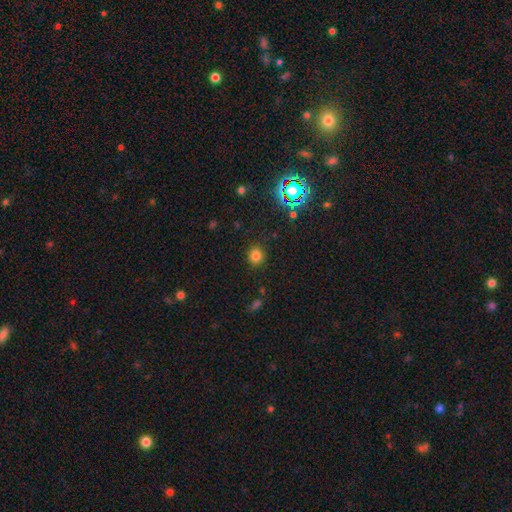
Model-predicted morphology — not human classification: Smooth or featured? Predicted: smooth (p=0.78). How rounded? Predicted: round (p=0.85). Merging? Predicted: none (p=0.87).